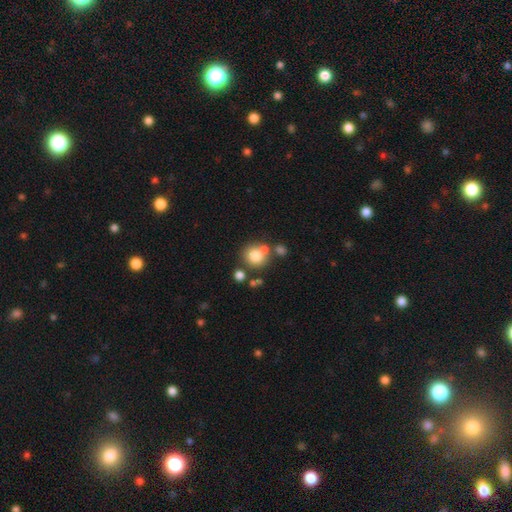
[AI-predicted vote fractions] Q: Smooth or featured?
A: smooth (77%); runner-up: featured or disk (12%)
Q: How rounded?
A: round (87%); runner-up: in between (12%)
Q: Merging?
A: none (60%); runner-up: merger (24%)